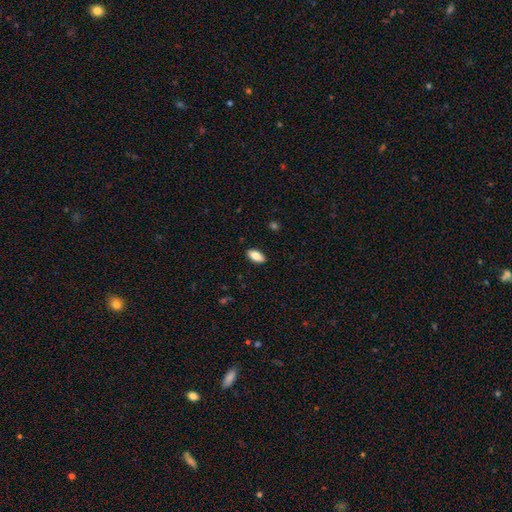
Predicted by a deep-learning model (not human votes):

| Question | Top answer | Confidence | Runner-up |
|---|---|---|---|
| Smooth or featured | smooth | 82% | featured or disk (11%) |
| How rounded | in between | 89% | cigar-shaped (9%) |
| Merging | none | 89% | minor disturbance (8%) |